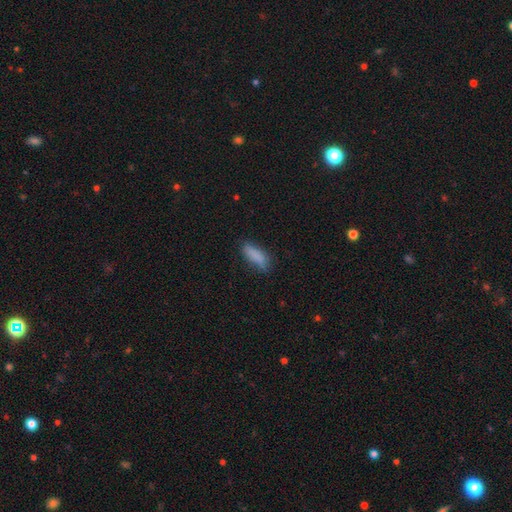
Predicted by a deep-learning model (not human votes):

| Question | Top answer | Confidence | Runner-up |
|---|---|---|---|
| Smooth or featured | smooth | 85% | star or artifact (8%) |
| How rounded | in between | 61% | cigar-shaped (37%) |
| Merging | none | 69% | minor disturbance (23%) |